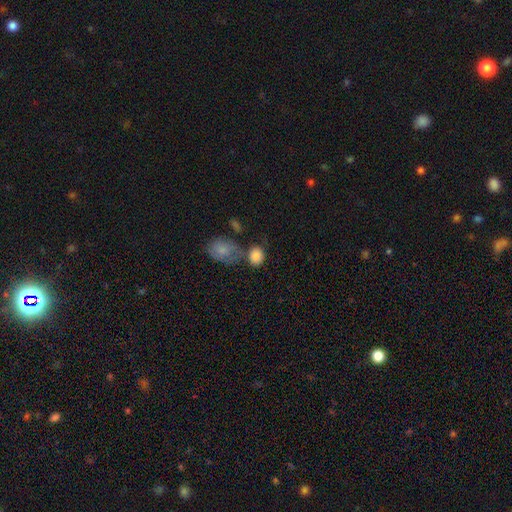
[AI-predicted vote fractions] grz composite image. It shows a smooth galaxy with no disk features (85%) that is round (58%). Merging: none (55%).